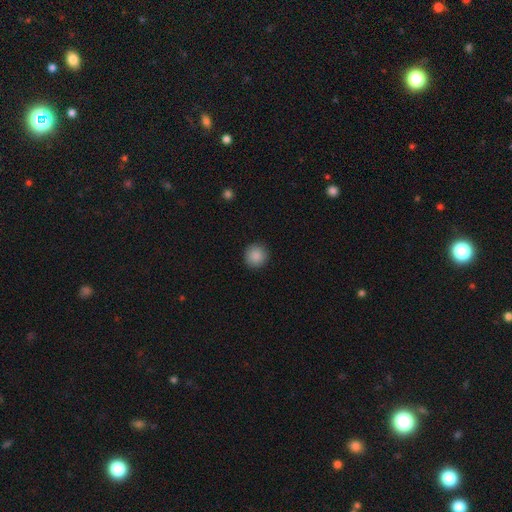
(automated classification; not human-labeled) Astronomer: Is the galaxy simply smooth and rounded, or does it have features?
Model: smooth — 89%.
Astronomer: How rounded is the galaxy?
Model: round — 94%.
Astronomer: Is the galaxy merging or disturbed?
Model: none — 91%.